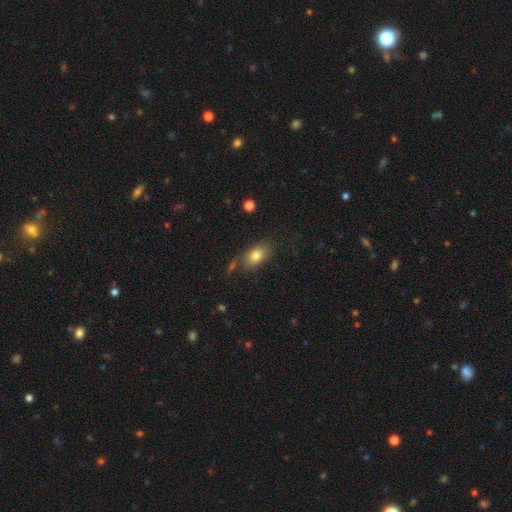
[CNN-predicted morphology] A smooth galaxy with no disk features (80%) that is in between round and cigar-shaped (84%).

Vote fractions:
- Smooth or featured? smooth: 80% / featured or disk: 11% / star or artifact: 9%
- How rounded? in between: 84% / round: 13% / cigar-shaped: 3%
- Merging? none: 69% / minor disturbance: 18% / major disturbance: 7% / merger: 7%